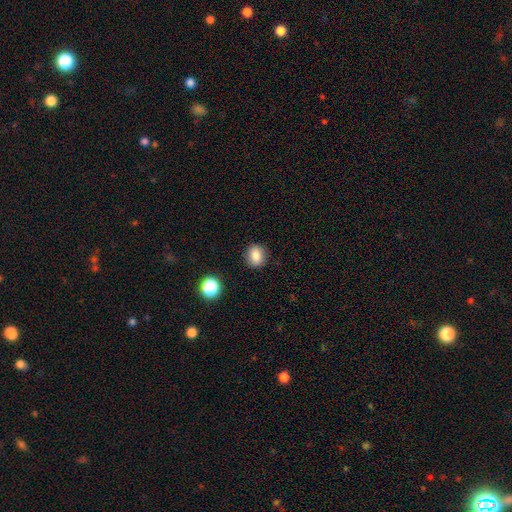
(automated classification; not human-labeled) Smooth or featured: smooth — 83% (star or artifact — 11%)
How rounded: round — 65% (in between — 33%)
Merging: none — 88% (minor disturbance — 8%)